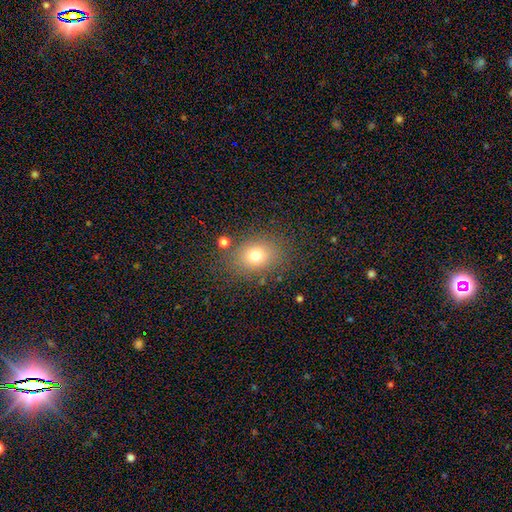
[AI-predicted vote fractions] Morphology: type=smooth (74%); roundness=in between (56%); merging=none (80%).